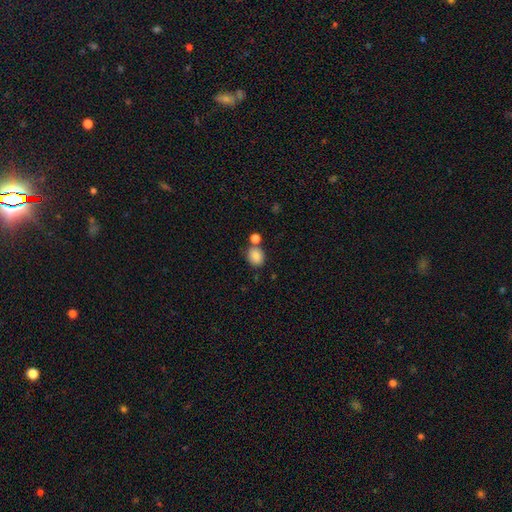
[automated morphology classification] This appears to be a smooth galaxy with no disk features (85%) that is round (67%). Merging: none (65%).